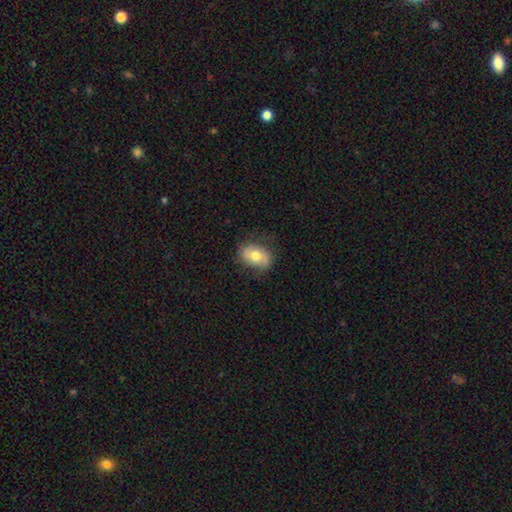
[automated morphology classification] Smooth or featured? Predicted: smooth (p=0.70). How rounded? Predicted: in between (p=0.79). Merging? Predicted: none (p=0.79).